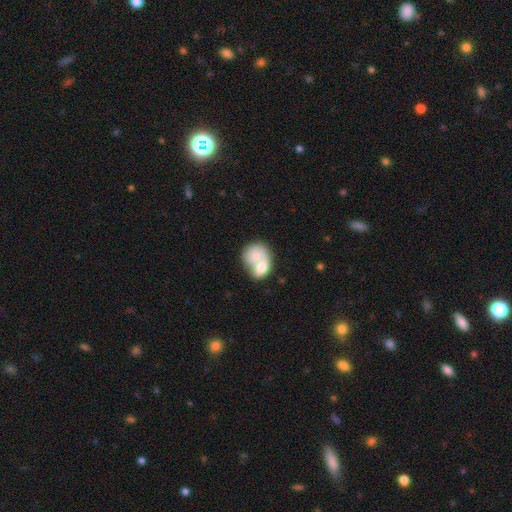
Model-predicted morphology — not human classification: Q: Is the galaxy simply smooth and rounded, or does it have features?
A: smooth — 69%.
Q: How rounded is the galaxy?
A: in between — 51%.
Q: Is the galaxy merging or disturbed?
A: merger — 65%.